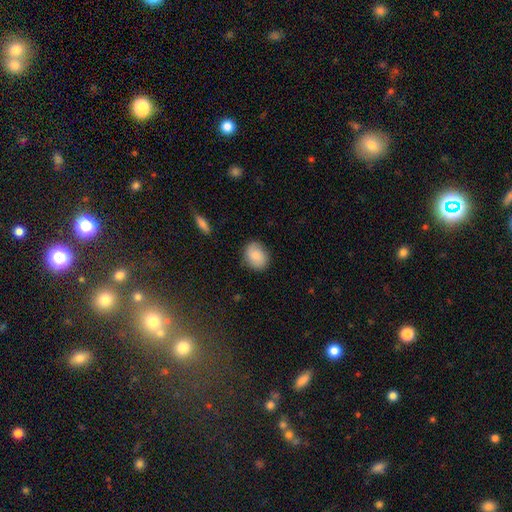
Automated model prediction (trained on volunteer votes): Smooth or featured? Predicted: smooth (p=0.83). How rounded? Predicted: in between (p=0.51). Merging? Predicted: none (p=0.83).